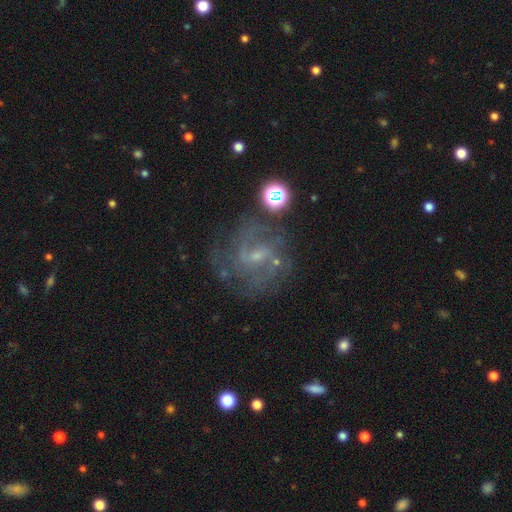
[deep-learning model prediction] Smooth or featured: featured or disk — 80% (star or artifact — 11%)
Edge-on disk: no — 97% (yes — 3%)
Bar: weak — 57% (no — 26%)
Spiral arms: yes — 91% (no — 9%)
Spiral winding: medium — 48% (tight — 32%)
Spiral arm count: 2 — 42% (can't tell — 27%)
Bulge size: small — 69% (moderate — 19%)
Merging: none — 64% (minor disturbance — 17%)